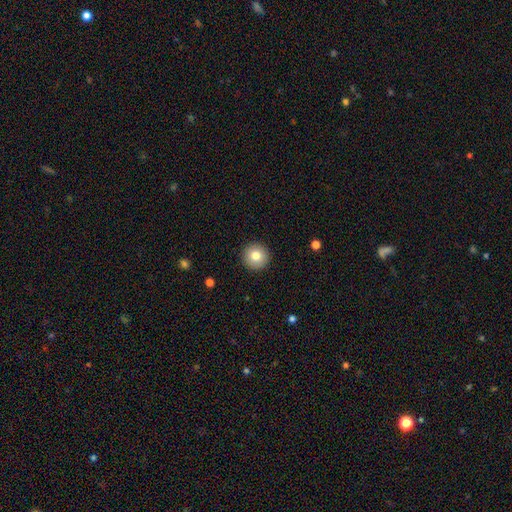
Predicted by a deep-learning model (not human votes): This is clearly a smooth galaxy (80%). How rounded: clearly round (96%). Merging: clearly none (93%).